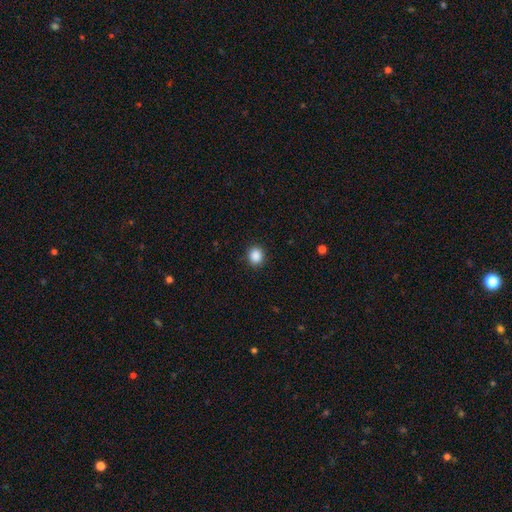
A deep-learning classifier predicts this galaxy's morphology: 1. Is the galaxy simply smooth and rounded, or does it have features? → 88% smooth, 9% star or artifact, 2% featured or disk.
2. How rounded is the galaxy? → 77% round, 22% in between, 1% cigar-shaped.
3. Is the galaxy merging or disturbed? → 91% none, 6% minor disturbance, 2% major disturbance, 1% merger.